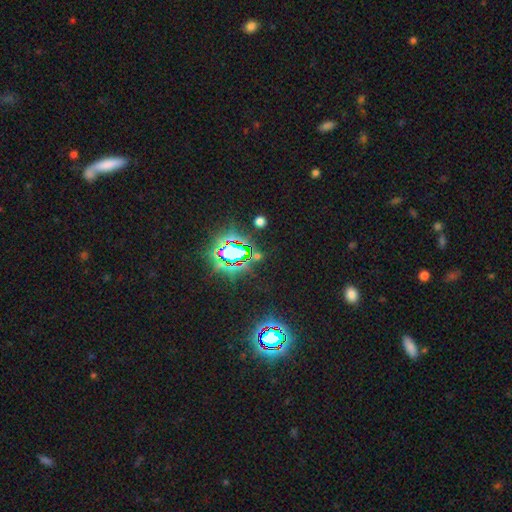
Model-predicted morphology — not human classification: Smooth or featured? star or artifact (77%)